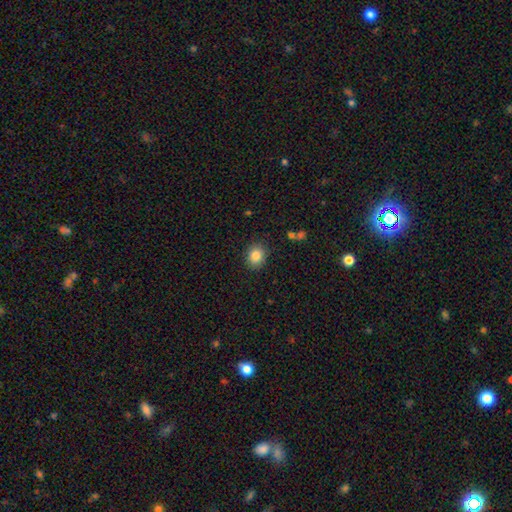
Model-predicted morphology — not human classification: Q: Smooth or featured?
A: smooth (85%); runner-up: star or artifact (9%)
Q: How rounded?
A: round (61%); runner-up: in between (38%)
Q: Merging?
A: none (88%); runner-up: minor disturbance (9%)